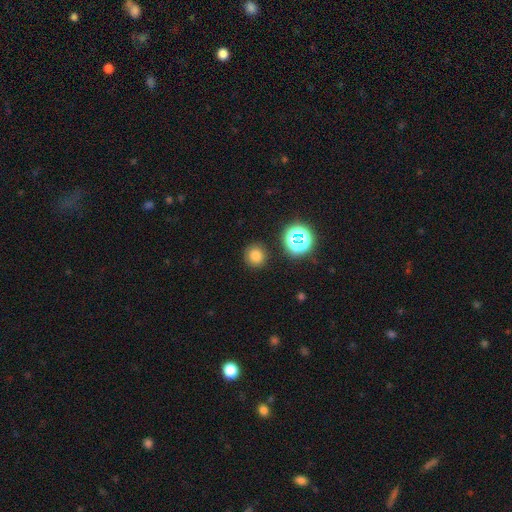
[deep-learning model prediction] Overall: smooth (75%). How rounded: round (90%). Merging: none (88%).